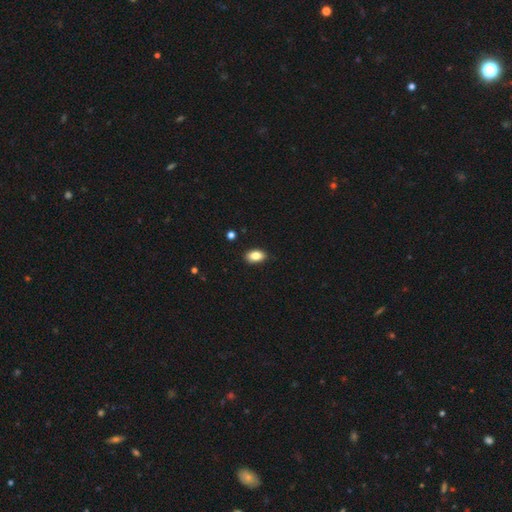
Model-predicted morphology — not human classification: A smooth galaxy with no disk features (84%) that is in between round and cigar-shaped (90%).

Vote fractions:
- Smooth or featured? smooth: 84% / star or artifact: 8% / featured or disk: 8%
- How rounded? in between: 90% / round: 8% / cigar-shaped: 2%
- Merging? none: 86% / minor disturbance: 11% / major disturbance: 2% / merger: 1%